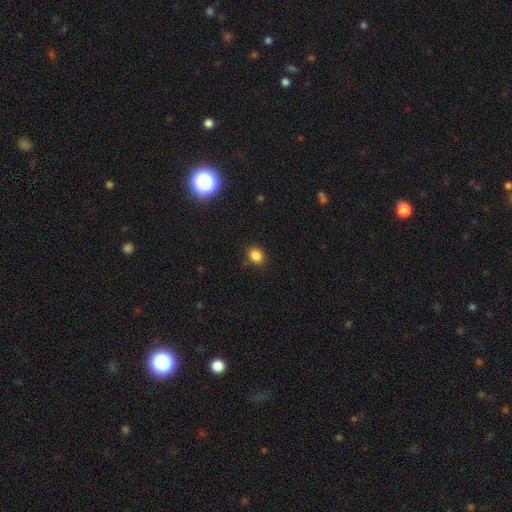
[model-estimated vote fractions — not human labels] Smooth or featured?
  - smooth: 85% *
  - star or artifact: 11%
  - featured or disk: 4%
How rounded?
  - round: 61% *
  - in between: 38%
  - cigar-shaped: 1%
Merging?
  - none: 88% *
  - minor disturbance: 8%
  - major disturbance: 2%
  - merger: 1%